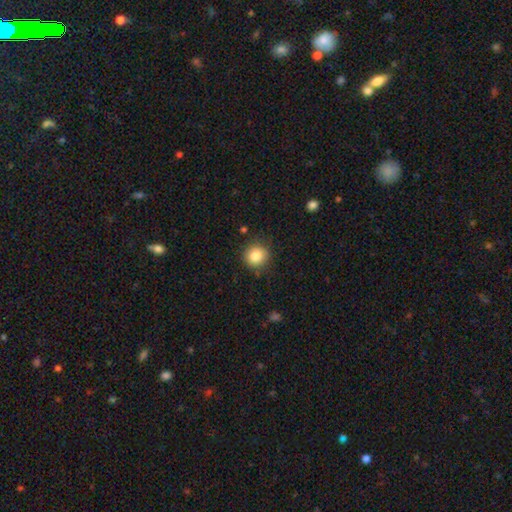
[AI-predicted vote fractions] smooth-or-featured: smooth: 83% | star or artifact: 10% | featured or disk: 7%
  how-rounded: round: 90% | in between: 9% | cigar-shaped: 1%
  merging: none: 87% | minor disturbance: 9% | major disturbance: 3% | merger: 2%